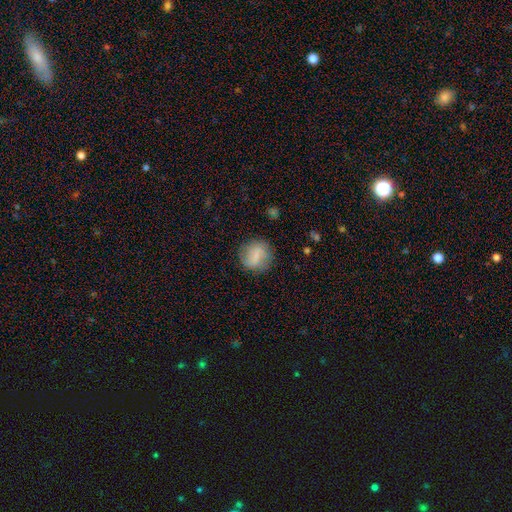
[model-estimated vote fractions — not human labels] Morphology: type=smooth (64%); roundness=round (81%); merging=none (79%).